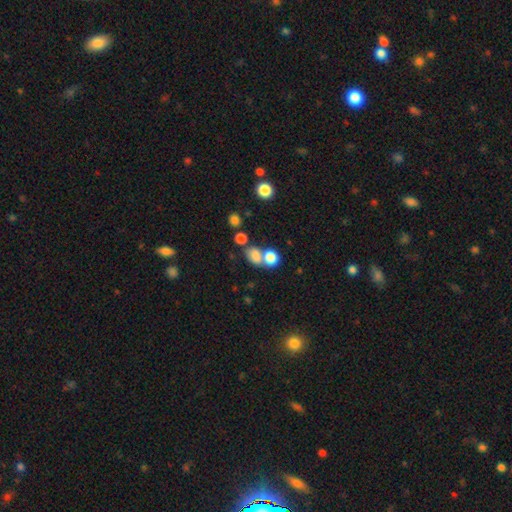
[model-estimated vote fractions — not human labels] smooth-or-featured: smooth: 76% | star or artifact: 13% | featured or disk: 11%
  how-rounded: in between: 57% | round: 41% | cigar-shaped: 2%
  merging: merger: 46% | none: 38% | minor disturbance: 10% | major disturbance: 6%